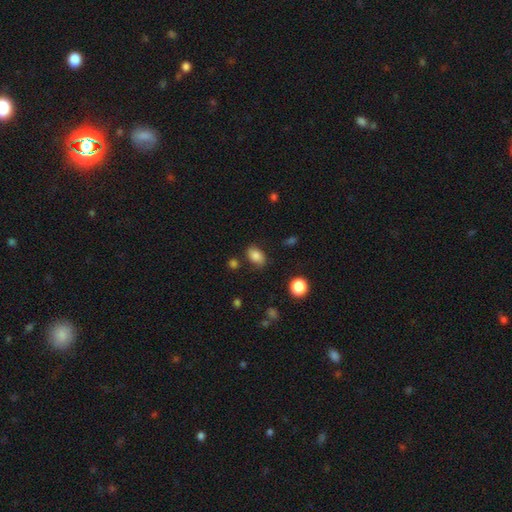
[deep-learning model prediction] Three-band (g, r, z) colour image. It shows a smooth galaxy with no disk features (83%) that is in between round and cigar-shaped (83%). Merging: none (78%).